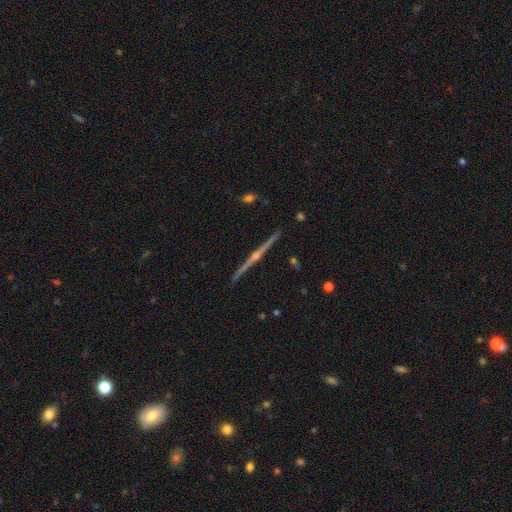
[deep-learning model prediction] This appears to be a featured or disk galaxy (76%) viewed edge-on (96%) with a rounded central bulge (76%). Merging: none (88%).